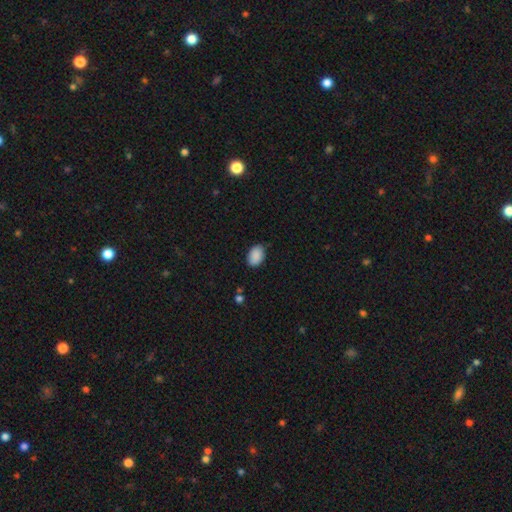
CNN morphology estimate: smooth_or_featured: smooth (p=0.89) [alt: star or artifact p=0.07]
how_rounded: in between (p=0.83) [alt: round p=0.16]
merging: none (p=0.80) [alt: minor disturbance p=0.16]